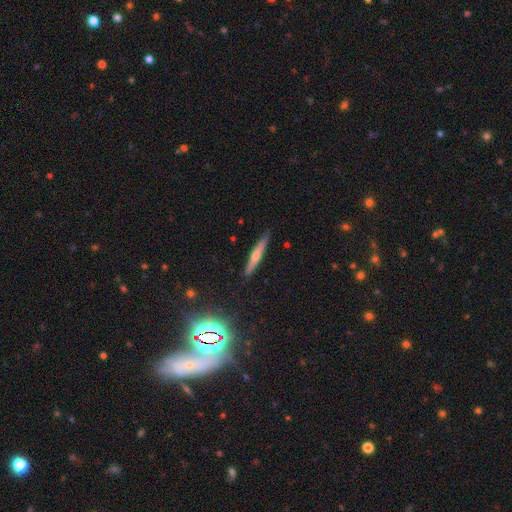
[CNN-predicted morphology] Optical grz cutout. It shows a featured or disk galaxy (54%) viewed edge-on (96%) with a rounded central bulge (79%). Merging: none (89%).